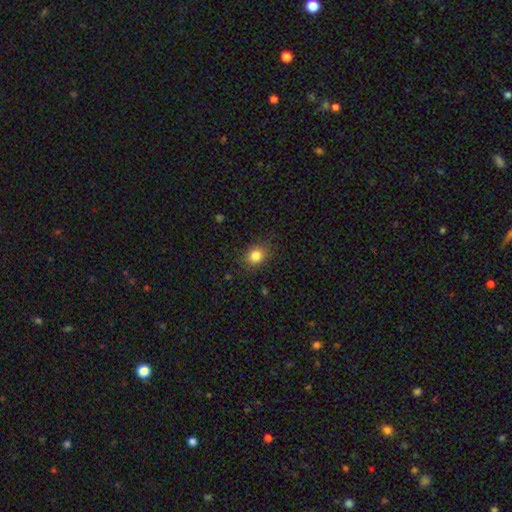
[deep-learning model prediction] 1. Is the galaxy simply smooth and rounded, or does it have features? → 83% smooth, 11% star or artifact, 6% featured or disk.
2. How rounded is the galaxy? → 60% round, 39% in between, 1% cigar-shaped.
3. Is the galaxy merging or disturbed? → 84% none, 12% minor disturbance, 3% major disturbance, 1% merger.